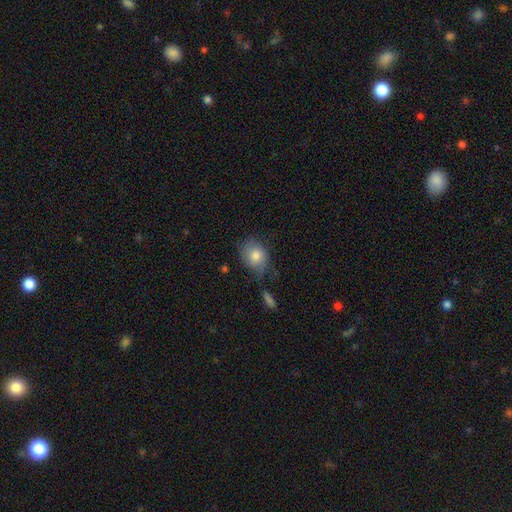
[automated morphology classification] This is likely a smooth galaxy (79%). How rounded: possibly in between (50%). Merging: possibly none (53%).